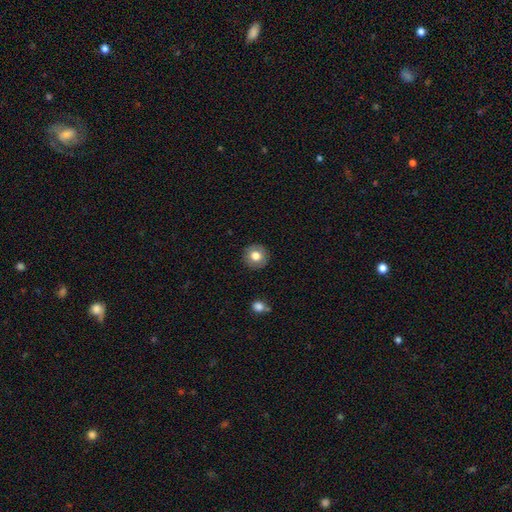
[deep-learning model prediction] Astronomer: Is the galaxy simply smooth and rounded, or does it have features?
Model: smooth — 77%.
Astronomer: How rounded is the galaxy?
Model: round — 93%.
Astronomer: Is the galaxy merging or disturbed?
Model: none — 90%.